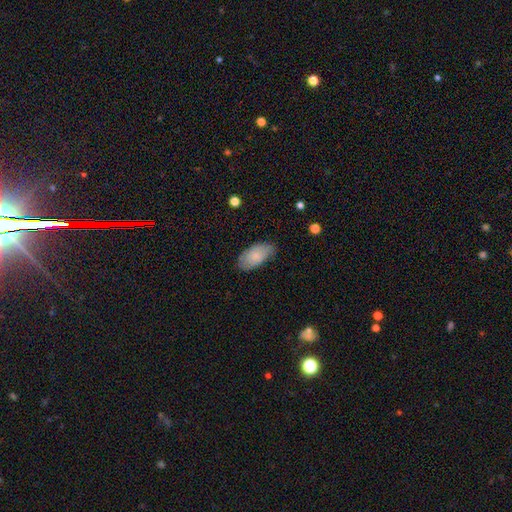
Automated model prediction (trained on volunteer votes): Q: Smooth or featured?
A: smooth (82%); runner-up: featured or disk (12%)
Q: How rounded?
A: in between (95%); runner-up: round (3%)
Q: Merging?
A: none (72%); runner-up: minor disturbance (22%)